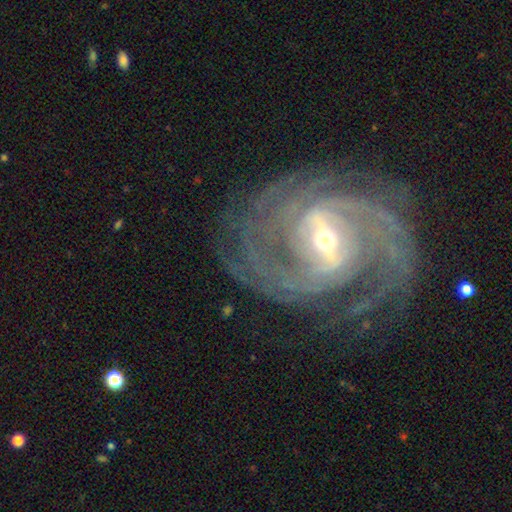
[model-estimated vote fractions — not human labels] Overall: featured or disk (92%). Edge-on disk: no (97%). Bar: strong (57%; weak 34%). Spiral arms: yes (98%). Spiral arm count: 2 (29%; 3 21%). Spiral winding: tight (56%; medium 36%). Bulge size: small (52%; moderate 43%). Merging: none (74%).